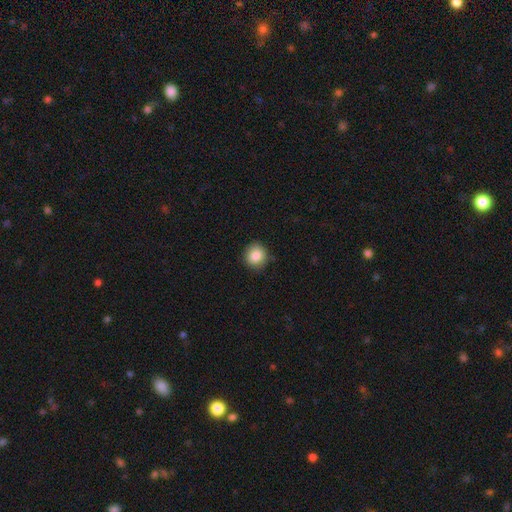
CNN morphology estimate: The model was most divided on "how rounded": round: 85%, in between: 14%, cigar-shaped: 1%. More confident: merging — none (87%); smooth or featured — smooth (86%).